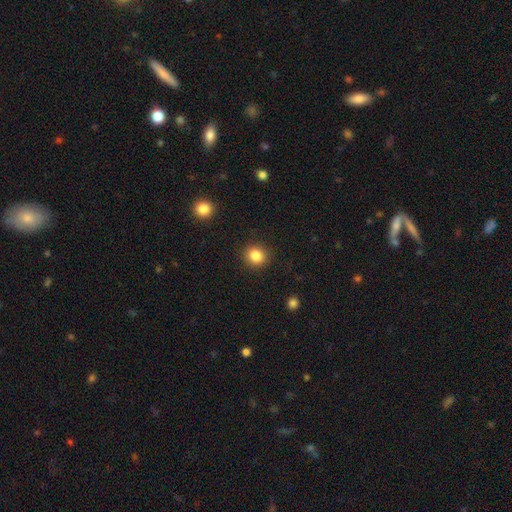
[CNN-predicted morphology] Smooth or featured: smooth — 85% (star or artifact — 10%)
How rounded: round — 82% (in between — 17%)
Merging: none — 90% (minor disturbance — 7%)